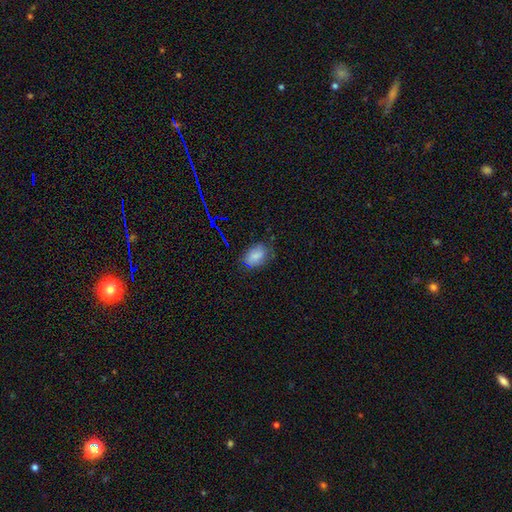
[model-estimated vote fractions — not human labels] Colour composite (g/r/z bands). It shows a smooth galaxy with no disk features (76%) that is in between round and cigar-shaped (84%). Merging: none (69%).